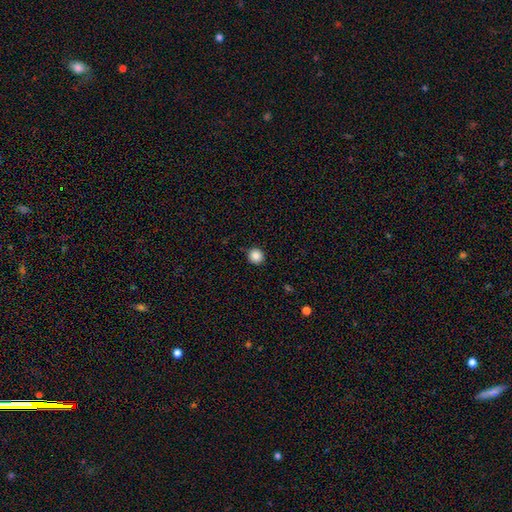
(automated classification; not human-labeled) The model was most divided on "smooth or featured": smooth: 87%, star or artifact: 11%, featured or disk: 3%. More confident: how rounded — round (95%); merging — none (91%).